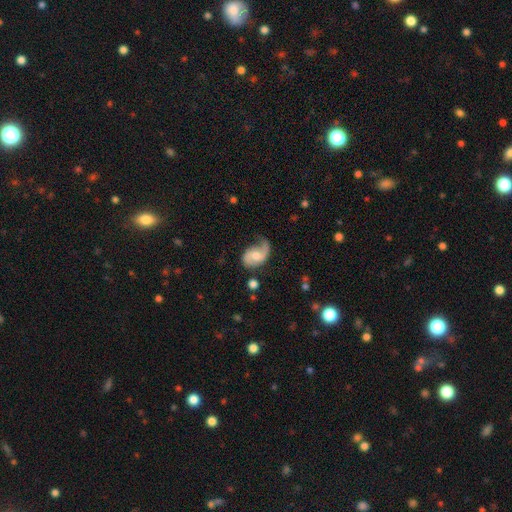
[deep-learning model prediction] Smooth or featured? featured or disk (75%)
Edge-on disk? no (97%)
Bar? no (54%)
Spiral arms? yes (93%)
Spiral winding? loose (51%)
Spiral arm count? 2 (67%)
Bulge size? moderate (60%)
Merging? none (49%)